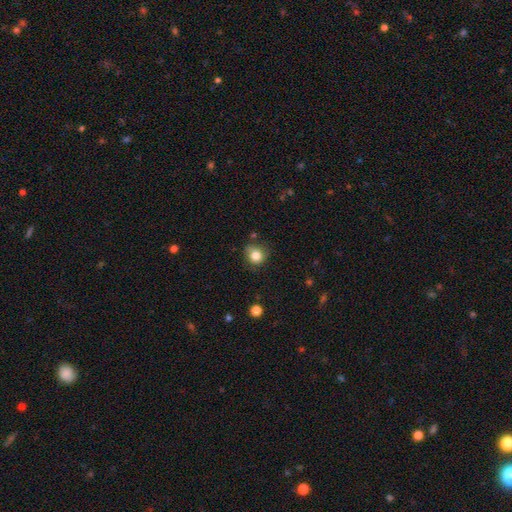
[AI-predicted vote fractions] A smooth galaxy with no disk features (82%) that is round (83%). Merging: none (68%).